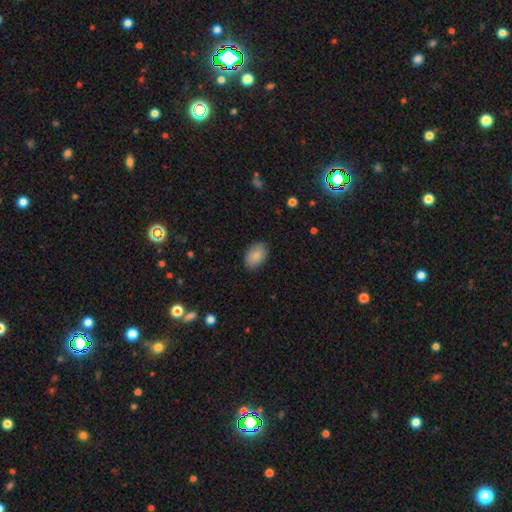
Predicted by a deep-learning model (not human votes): A smooth galaxy with no disk features (86%) that is in between round and cigar-shaped (90%).

Vote fractions:
- Smooth or featured? smooth: 86% / featured or disk: 8% / star or artifact: 6%
- How rounded? in between: 90% / round: 9% / cigar-shaped: 1%
- Merging? none: 85% / minor disturbance: 12% / major disturbance: 3% / merger: 1%